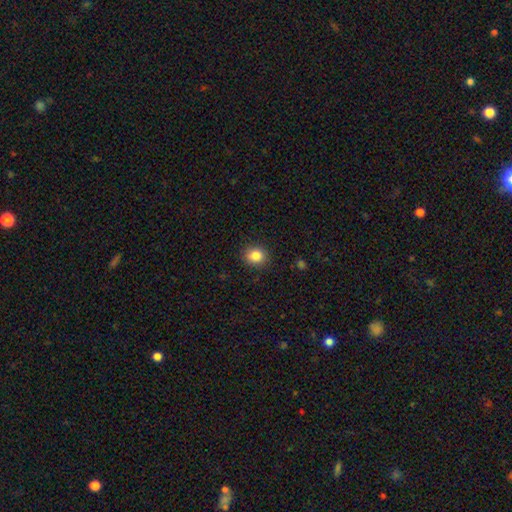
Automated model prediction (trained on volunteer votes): Q: Smooth or featured?
A: smooth (85%); runner-up: star or artifact (10%)
Q: How rounded?
A: round (72%); runner-up: in between (27%)
Q: Merging?
A: none (89%); runner-up: minor disturbance (8%)